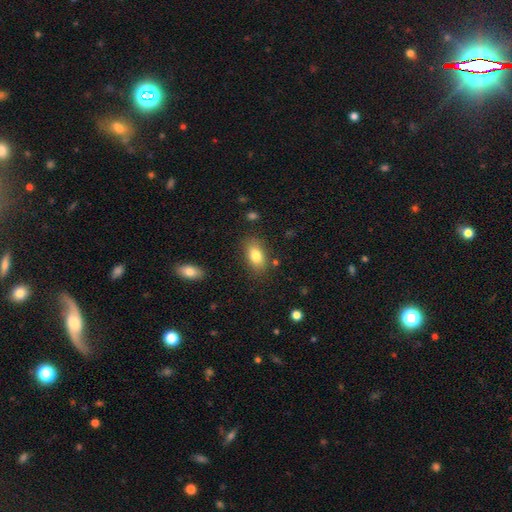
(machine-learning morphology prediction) A smooth galaxy with no disk features (82%) that is in between round and cigar-shaped (89%). Merging: none (82%).